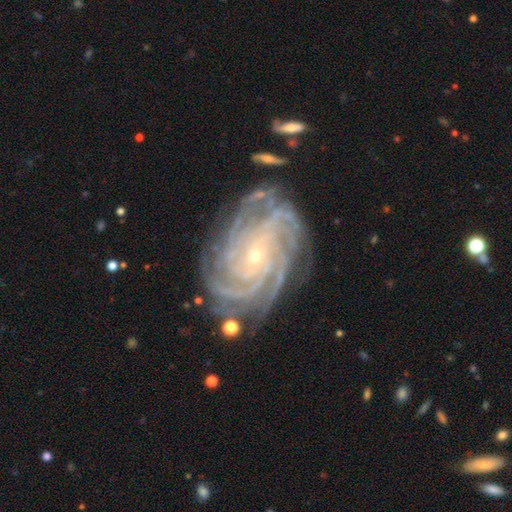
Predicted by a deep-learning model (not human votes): smooth_or_featured: featured or disk (p=0.92) [alt: star or artifact p=0.05]
disk_edge_on: no (p=0.98) [alt: yes p=0.02]
bar: no (p=0.69) [alt: weak p=0.21]
has_spiral_arms: yes (p=0.99) [alt: no p=0.01]
spiral_winding: tight (p=0.79) [alt: medium p=0.18]
spiral_arm_count: 4 (p=0.32) [alt: more than 4 p=0.31]
bulge_size: small (p=0.83) [alt: moderate p=0.14]
merging: none (p=0.77) [alt: minor disturbance p=0.15]